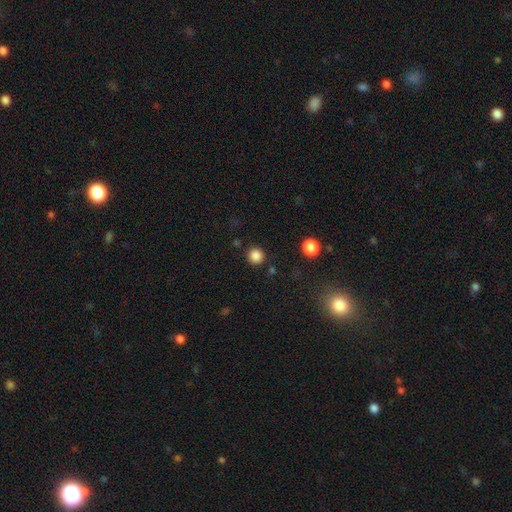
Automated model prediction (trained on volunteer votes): A smooth galaxy with no disk features (86%) that is round (94%). Merging: none (89%).